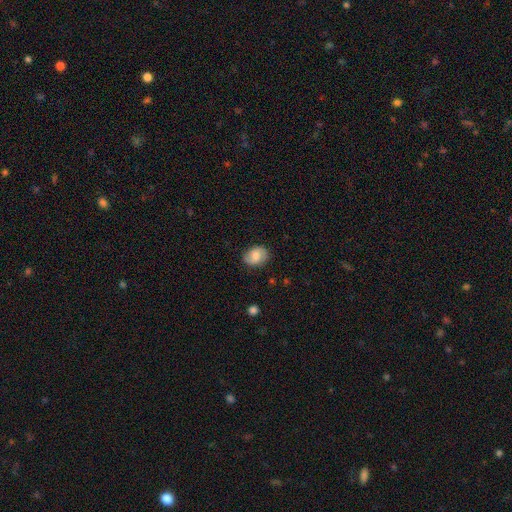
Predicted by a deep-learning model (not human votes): smooth 68%, featured or disk 24%, star or artifact 8%. Down the decision tree: how rounded — in between (64%); merging — none (78%).